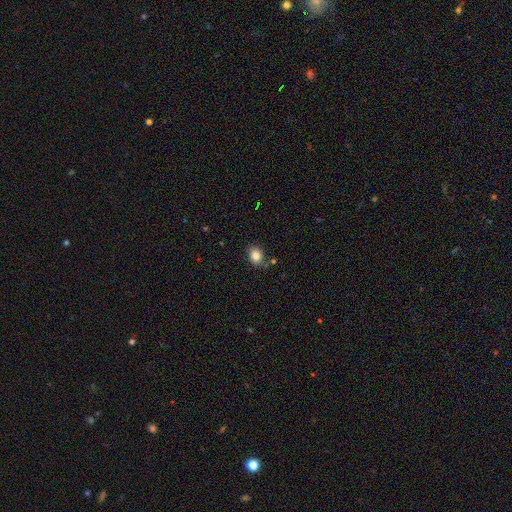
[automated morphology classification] smooth_or_featured: smooth (p=0.84) [alt: star or artifact p=0.10]
how_rounded: in between (p=0.51) [alt: round p=0.48]
merging: none (p=0.78) [alt: minor disturbance p=0.13]